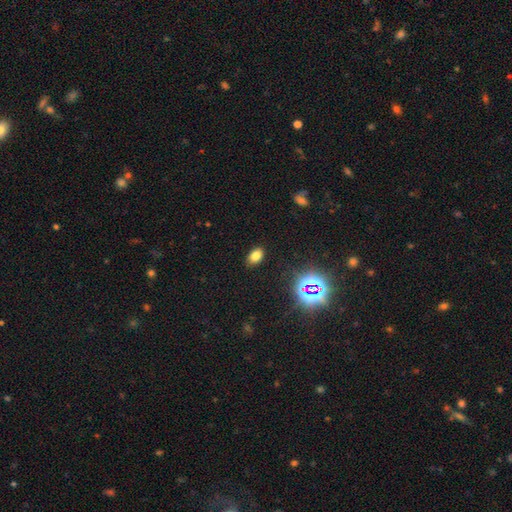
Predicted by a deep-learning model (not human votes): Smooth or featured: smooth — 75% (star or artifact — 19%)
How rounded: in between — 86% (round — 12%)
Merging: none — 86% (minor disturbance — 10%)